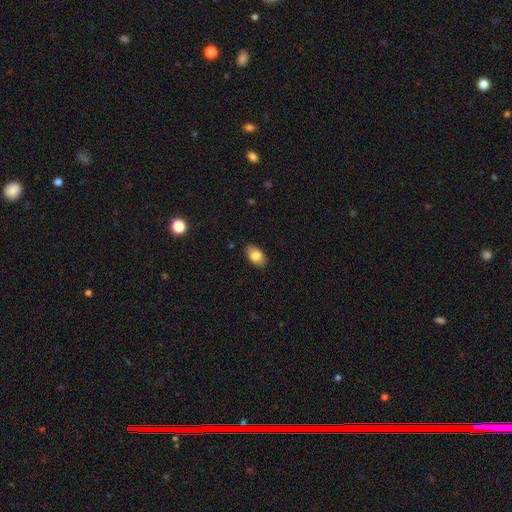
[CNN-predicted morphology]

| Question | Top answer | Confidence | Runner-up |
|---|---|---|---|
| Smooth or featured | smooth | 81% | featured or disk (12%) |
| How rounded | in between | 91% | round (8%) |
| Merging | none | 87% | minor disturbance (10%) |